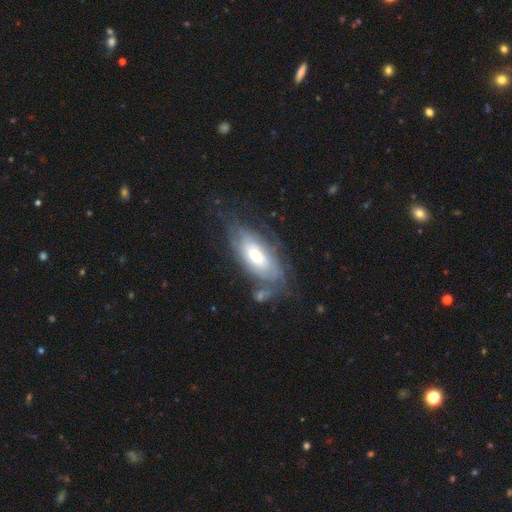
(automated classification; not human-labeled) Smooth or featured: featured or disk — 65% (smooth — 29%)
Edge-on disk: no — 88% (yes — 12%)
Bar: no — 70% (weak — 23%)
Spiral arms: yes — 70% (no — 30%)
Bulge size: moderate — 63% (large — 19%)
Merging: none — 56% (minor disturbance — 24%)